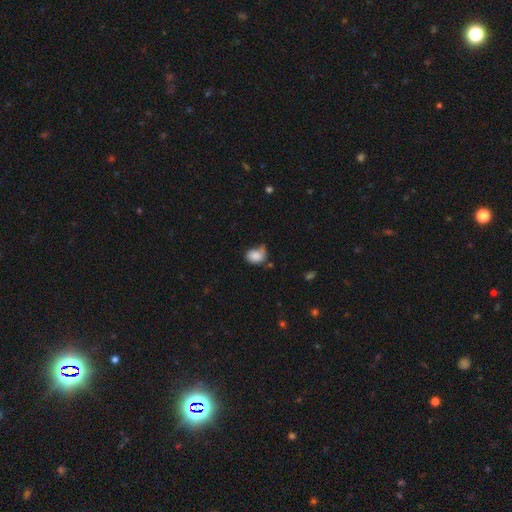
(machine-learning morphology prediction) Smooth or featured? smooth (83%)
How rounded? in between (62%)
Merging? none (39%)